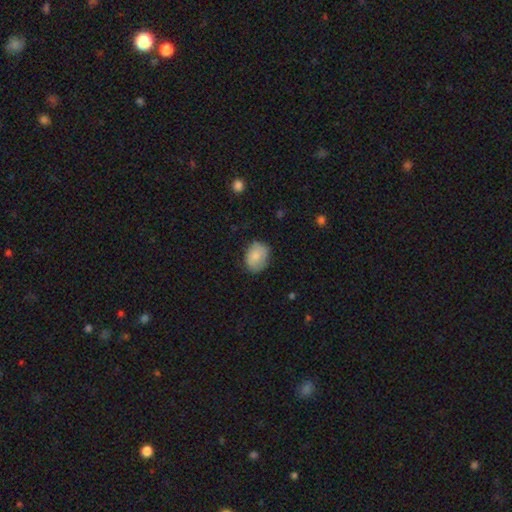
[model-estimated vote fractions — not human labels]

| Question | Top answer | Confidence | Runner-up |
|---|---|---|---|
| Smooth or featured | smooth | 81% | featured or disk (12%) |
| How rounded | in between | 63% | round (36%) |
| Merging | none | 74% | minor disturbance (20%) |